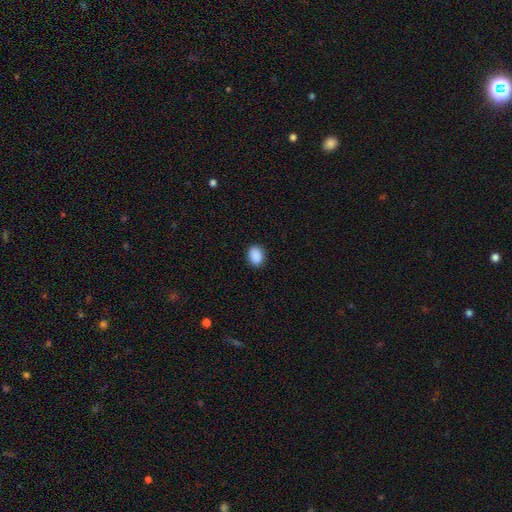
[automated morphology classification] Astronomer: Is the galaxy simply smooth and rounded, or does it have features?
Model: smooth — 90%.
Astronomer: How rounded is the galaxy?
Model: in between — 67%.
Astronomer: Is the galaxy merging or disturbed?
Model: none — 89%.